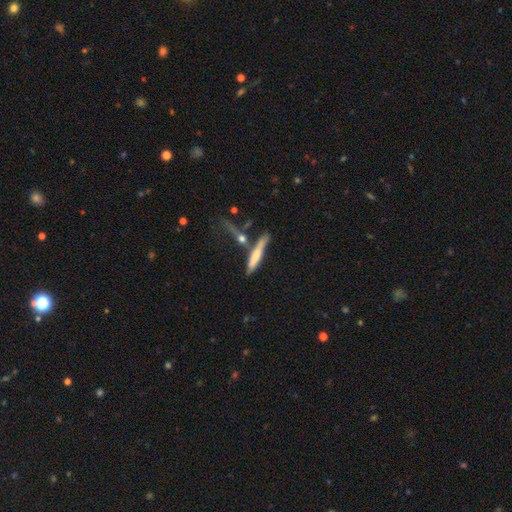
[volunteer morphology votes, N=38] This appears to be a smooth galaxy with no disk features (61%) that is cigar-shaped (91%). Merging: none (61%).